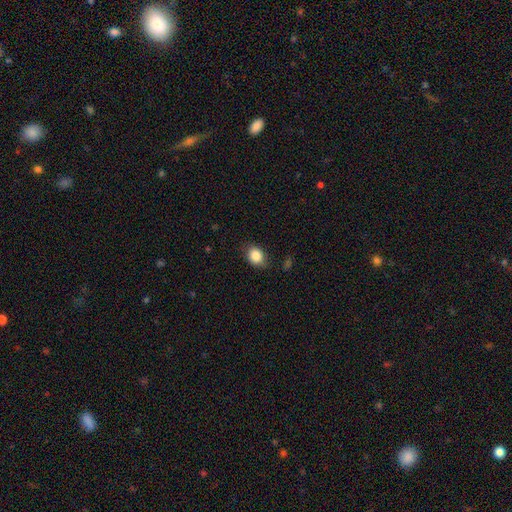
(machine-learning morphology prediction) smooth-or-featured: smooth: 86% | star or artifact: 9% | featured or disk: 5%
  how-rounded: in between: 59% | round: 40% | cigar-shaped: 1%
  merging: none: 79% | minor disturbance: 16% | major disturbance: 4% | merger: 1%